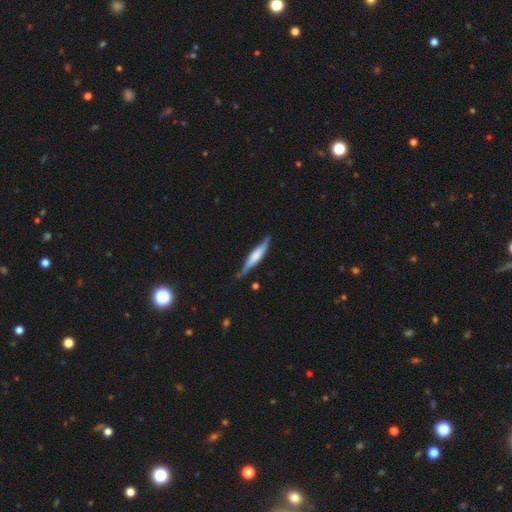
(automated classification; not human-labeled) featured or disk 49%, smooth 46%, star or artifact 5%. Down the decision tree: merging — none (78%).